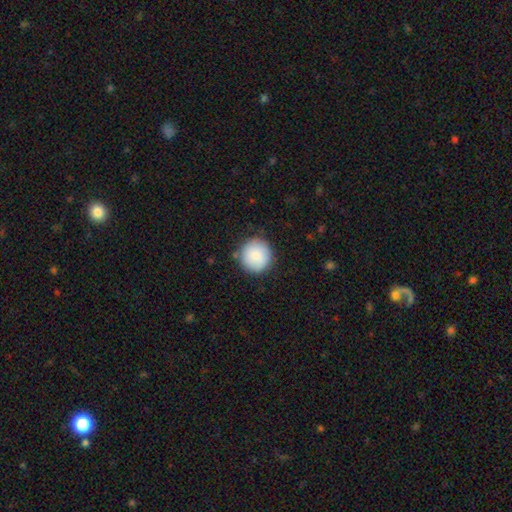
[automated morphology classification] Smooth or featured?
  - smooth: 86% *
  - featured or disk: 8%
  - star or artifact: 7%
How rounded?
  - round: 95% *
  - in between: 4%
  - cigar-shaped: 1%
Merging?
  - none: 85% *
  - minor disturbance: 10%
  - major disturbance: 3%
  - merger: 2%